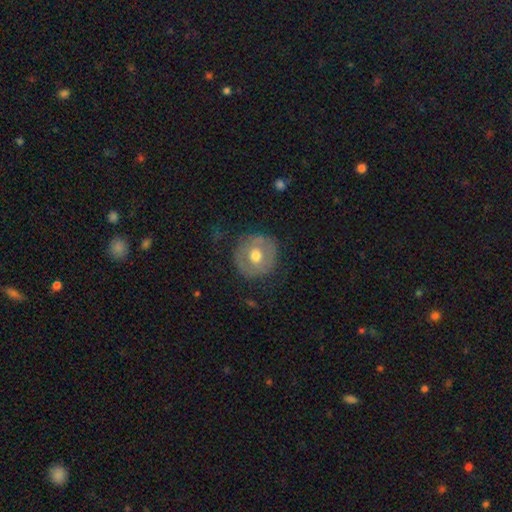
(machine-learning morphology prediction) Overall: smooth (50%; featured or disk 43%). Merging: none (78%).